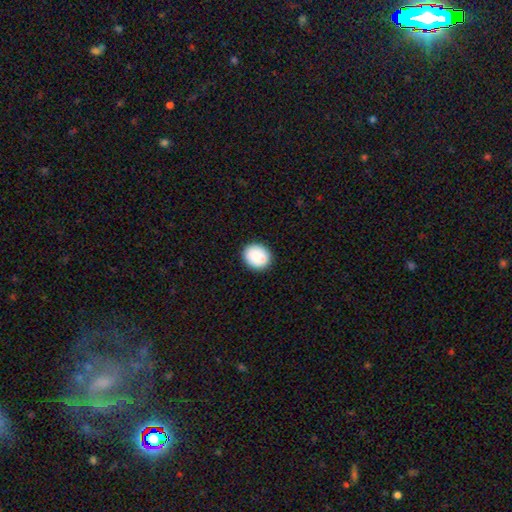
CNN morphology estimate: type=smooth (88%); roundness=round (73%); merging=none (90%).